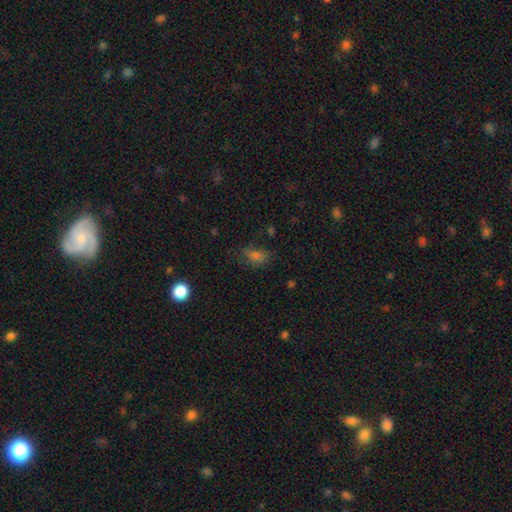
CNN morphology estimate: type=smooth (71%); roundness=in between (79%); merging=none (66%).